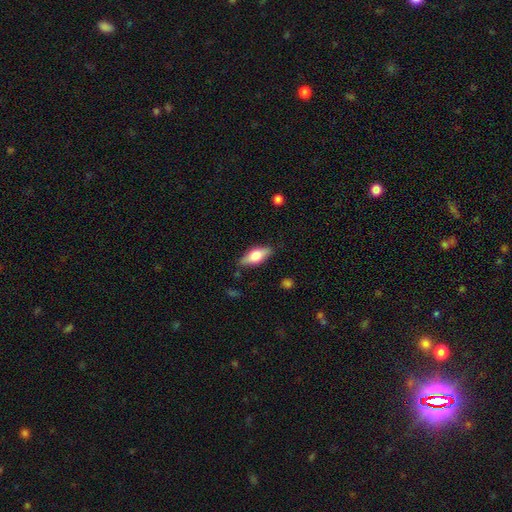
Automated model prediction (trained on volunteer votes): Smooth or featured? smooth (62%)
How rounded? in between (77%)
Merging? none (82%)